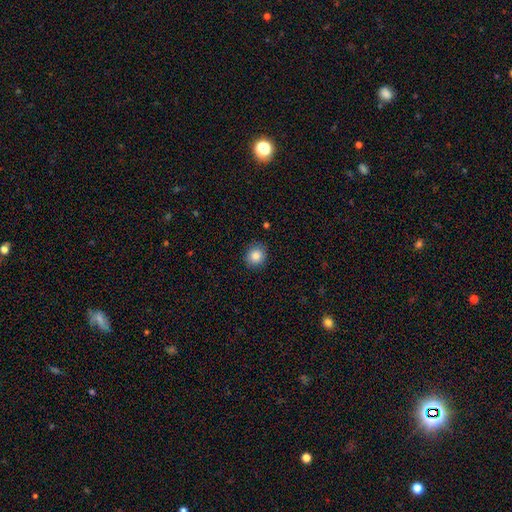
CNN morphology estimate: type=smooth (85%); roundness=round (85%); merging=none (88%).